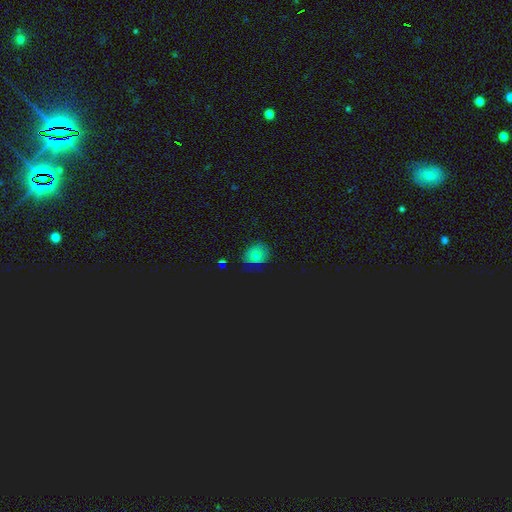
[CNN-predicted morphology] Smooth or featured? Predicted: smooth (p=0.63). How rounded? Predicted: round (p=0.61). Merging? Predicted: none (p=0.72).